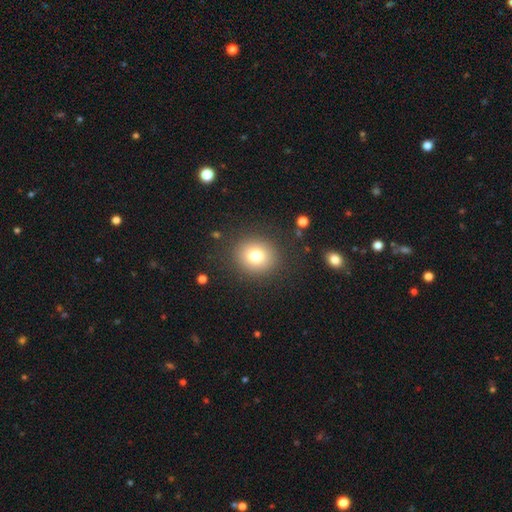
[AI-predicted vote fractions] A smooth galaxy with no disk features (77%) that is round (84%). Merging: none (88%).